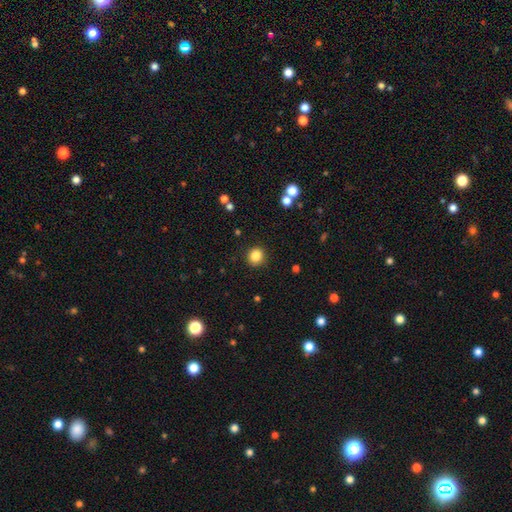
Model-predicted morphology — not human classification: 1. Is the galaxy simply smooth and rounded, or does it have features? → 85% smooth, 11% star or artifact, 4% featured or disk.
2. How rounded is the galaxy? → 90% round, 9% in between, 1% cigar-shaped.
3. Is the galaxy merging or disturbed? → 90% none, 6% minor disturbance, 2% major disturbance, 1% merger.